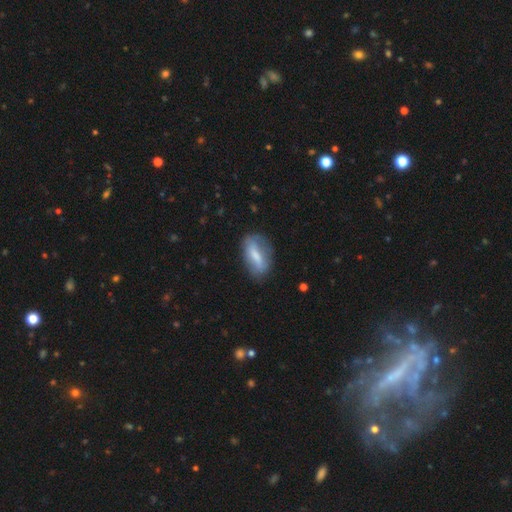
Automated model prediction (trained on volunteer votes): A smooth galaxy with no disk features (55%) that is in between round and cigar-shaped (79%). Merging: none (67%).